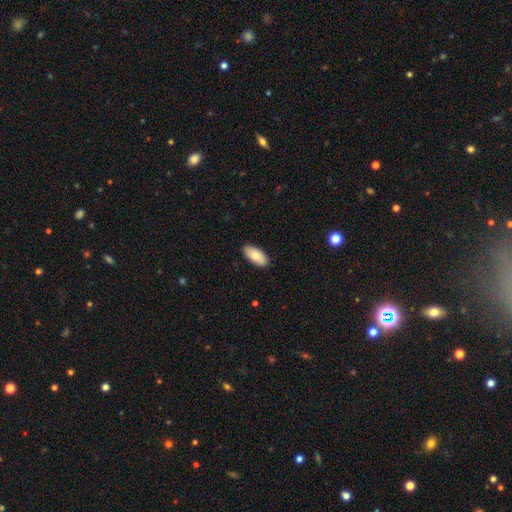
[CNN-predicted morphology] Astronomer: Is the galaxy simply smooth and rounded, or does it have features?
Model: smooth — 84%.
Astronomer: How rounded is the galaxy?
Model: in between — 91%.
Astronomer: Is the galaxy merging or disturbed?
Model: none — 89%.